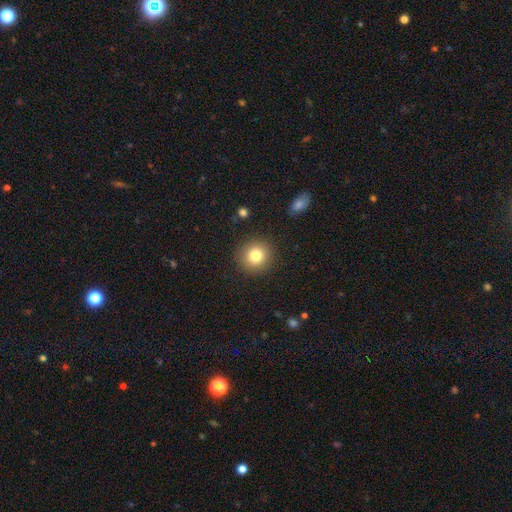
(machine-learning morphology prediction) A smooth galaxy with no disk features (80%) that is round (91%).

Vote fractions:
- Smooth or featured? smooth: 80% / star or artifact: 11% / featured or disk: 9%
- How rounded? round: 91% / in between: 8% / cigar-shaped: 1%
- Merging? none: 90% / minor disturbance: 7% / major disturbance: 2% / merger: 1%